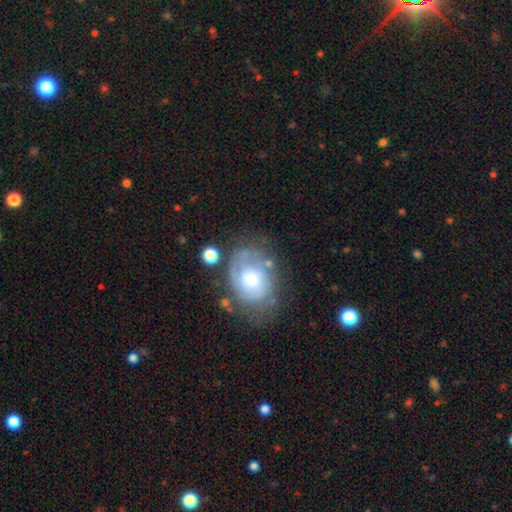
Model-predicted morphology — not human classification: The model was most divided on "bulge size": moderate: 50%, small: 24%, large: 20%, none: 3%, dominant: 3%. More confident: edge-on disk — no (96%); spiral arms — yes (80%); bar — no (76%); merging — none (72%); smooth or featured — featured or disk (64%).